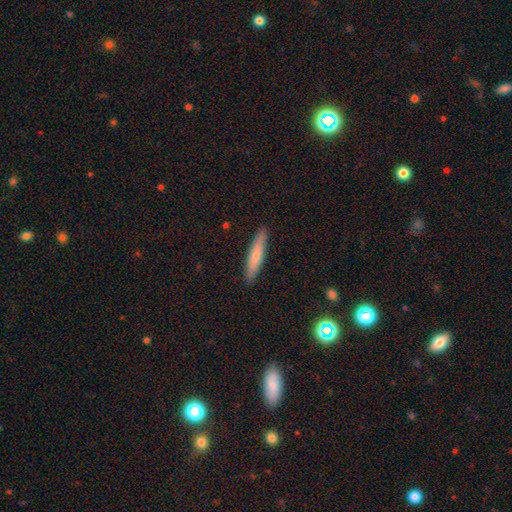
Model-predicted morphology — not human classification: smooth-or-featured: smooth: 73% | featured or disk: 21% | star or artifact: 6%
  how-rounded: cigar-shaped: 90% | in between: 9% | round: 1%
  merging: none: 91% | minor disturbance: 7% | major disturbance: 1% | merger: 1%